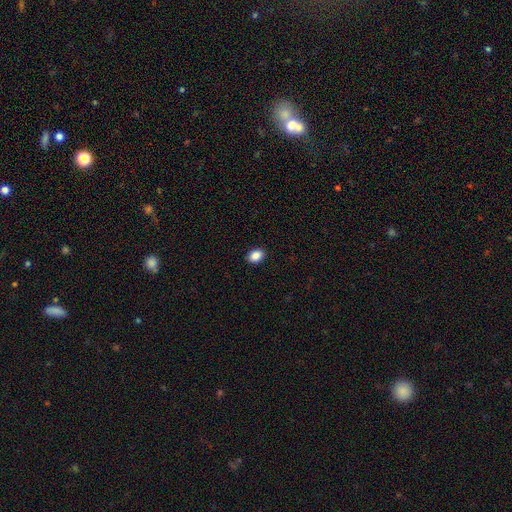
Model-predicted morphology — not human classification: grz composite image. It shows a smooth galaxy with no disk features (88%) that is in between round and cigar-shaped (70%). Merging: none (91%).